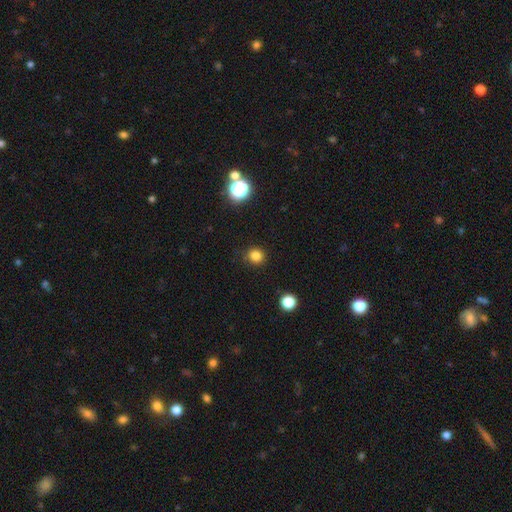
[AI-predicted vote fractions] Overall: smooth (82%). How rounded: round (90%). Merging: none (89%).